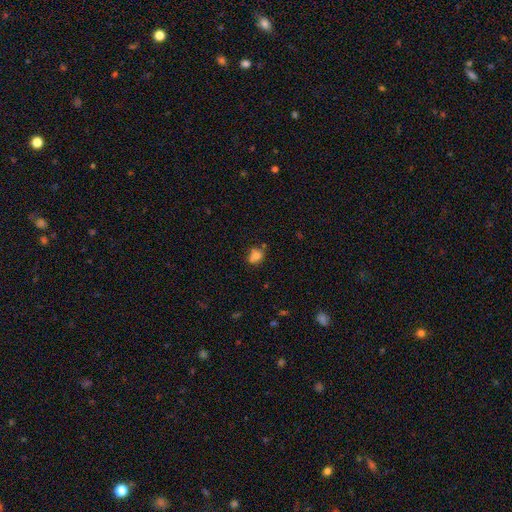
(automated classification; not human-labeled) smooth_or_featured: smooth (p=0.75) [alt: featured or disk p=0.12]
how_rounded: round (p=0.55) [alt: in between p=0.44]
merging: none (p=0.54) [alt: minor disturbance p=0.22]